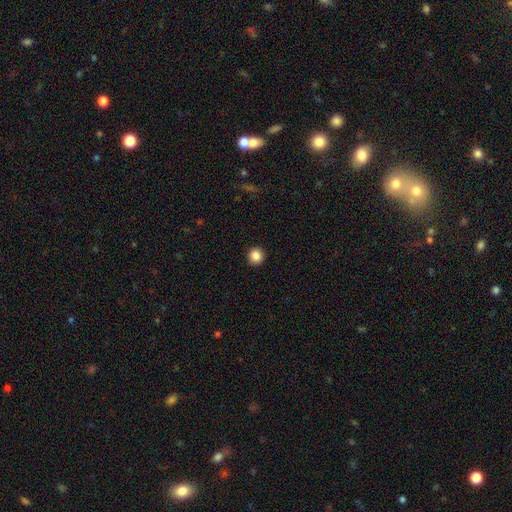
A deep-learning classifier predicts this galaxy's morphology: Smooth or featured?
  - smooth: 86% *
  - star or artifact: 10%
  - featured or disk: 4%
How rounded?
  - round: 93% *
  - in between: 6%
  - cigar-shaped: 1%
Merging?
  - none: 93% *
  - minor disturbance: 5%
  - major disturbance: 2%
  - merger: 1%